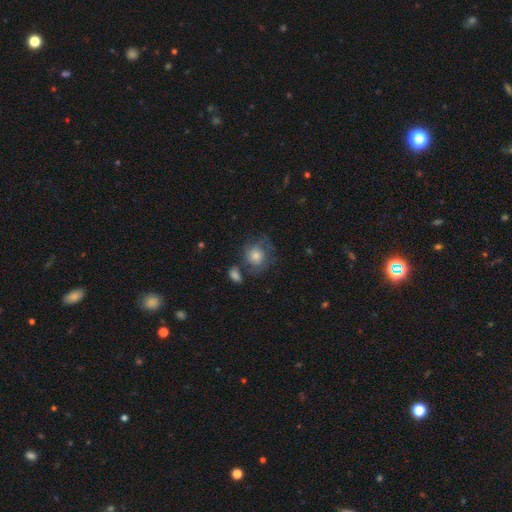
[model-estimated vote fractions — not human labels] Morphology: type=smooth (50%); roundness=round (76%); merging=none (55%).